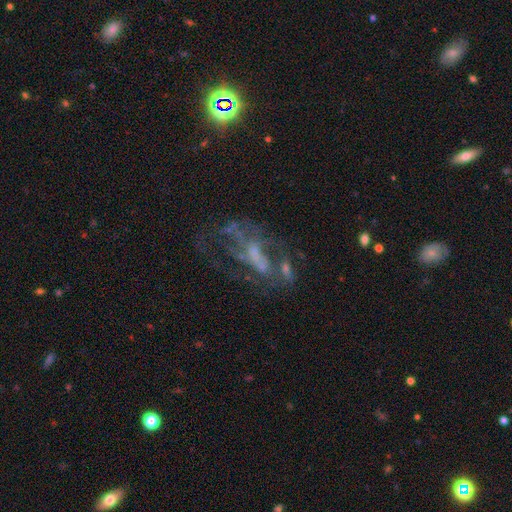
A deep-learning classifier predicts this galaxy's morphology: Smooth or featured? featured or disk (64%)
Edge-on disk? no (93%)
Bar? no (60%)
Spiral arms? no (59%)
Bulge size? none (47%)
Merging? none (38%)